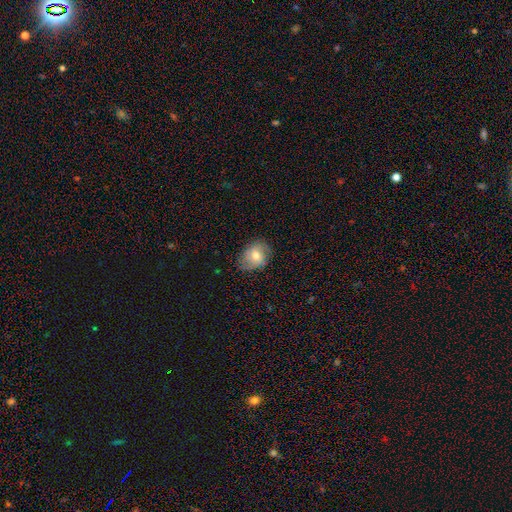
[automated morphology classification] Smooth or featured?
  - smooth: 60% *
  - featured or disk: 31%
  - star or artifact: 9%
How rounded?
  - in between: 55% *
  - round: 44%
  - cigar-shaped: 1%
Merging?
  - none: 71% *
  - minor disturbance: 22%
  - major disturbance: 6%
  - merger: 1%